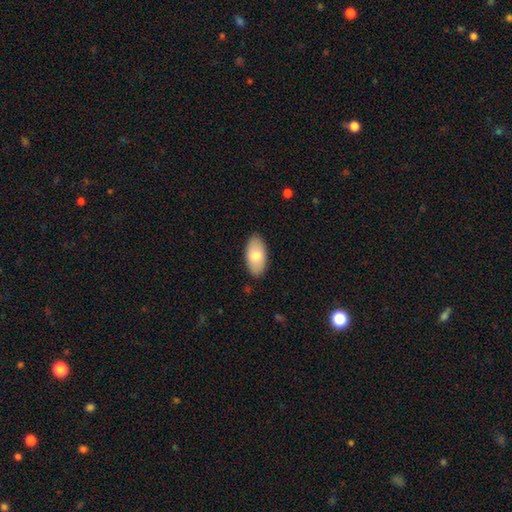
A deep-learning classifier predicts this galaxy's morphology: Overall: smooth (77%). How rounded: in between (95%). Merging: none (87%).